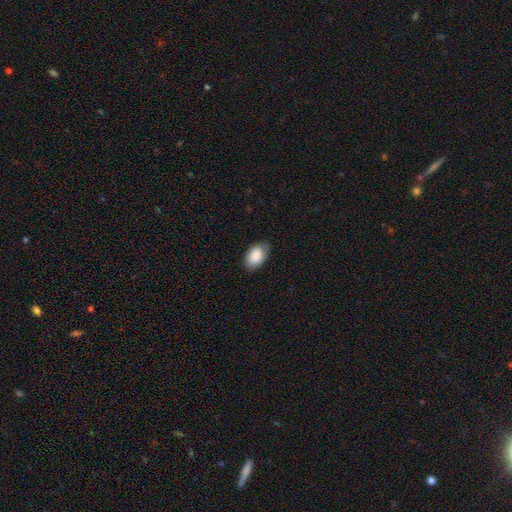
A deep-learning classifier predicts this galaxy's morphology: The model was most divided on "merging": none: 79%, minor disturbance: 17%, major disturbance: 3%, merger: 1%. More confident: how rounded — in between (92%); smooth or featured — smooth (88%).